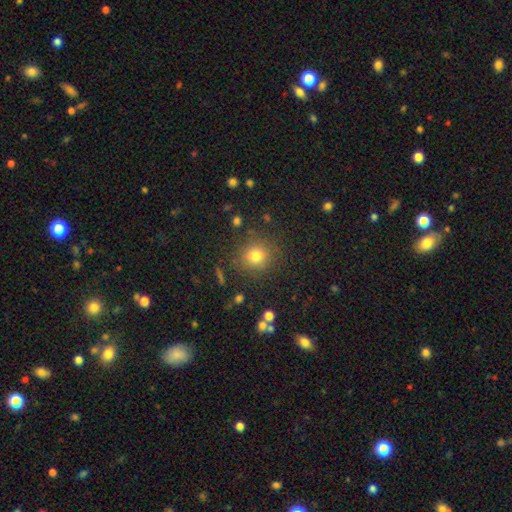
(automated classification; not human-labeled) Q: Smooth or featured?
A: smooth (77%); runner-up: star or artifact (15%)
Q: How rounded?
A: round (88%); runner-up: in between (11%)
Q: Merging?
A: none (84%); runner-up: minor disturbance (10%)